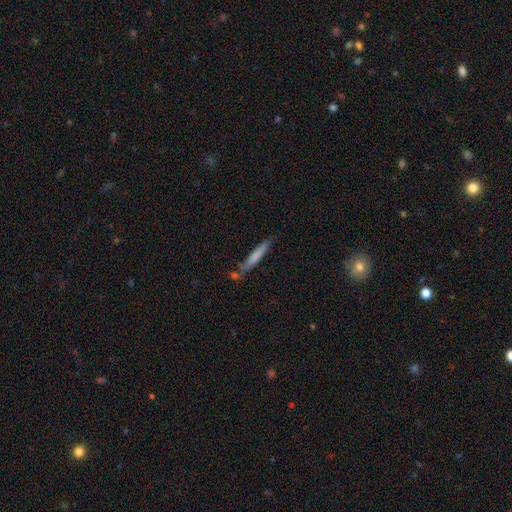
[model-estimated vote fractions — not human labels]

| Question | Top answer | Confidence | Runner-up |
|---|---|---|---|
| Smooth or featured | smooth | 68% | featured or disk (26%) |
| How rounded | cigar-shaped | 93% | in between (5%) |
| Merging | none | 69% | minor disturbance (17%) |